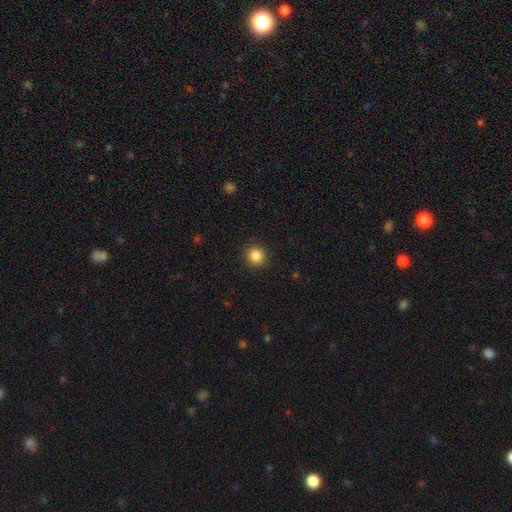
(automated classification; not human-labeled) Q: Smooth or featured?
A: smooth (85%); runner-up: star or artifact (11%)
Q: How rounded?
A: round (94%); runner-up: in between (5%)
Q: Merging?
A: none (92%); runner-up: minor disturbance (5%)